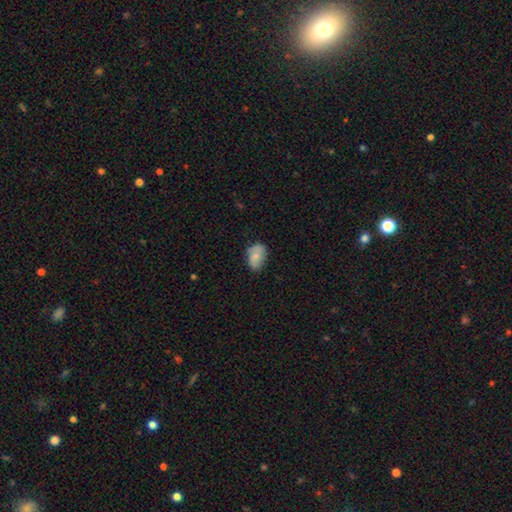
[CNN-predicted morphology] smooth-or-featured: smooth: 75% | featured or disk: 18% | star or artifact: 7%
  how-rounded: in between: 85% | round: 14% | cigar-shaped: 1%
  merging: none: 66% | minor disturbance: 27% | major disturbance: 5% | merger: 2%